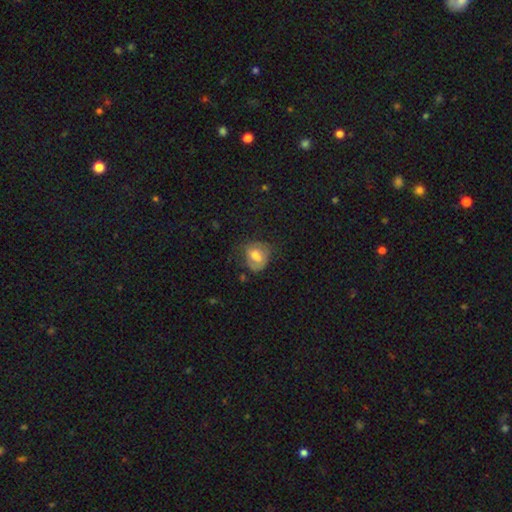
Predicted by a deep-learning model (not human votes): smooth 57%, featured or disk 33%, star or artifact 10%. Down the decision tree: how rounded — round (60%); merging — none (51%).